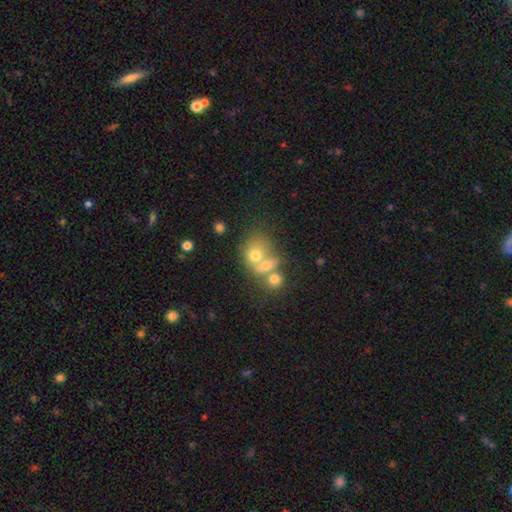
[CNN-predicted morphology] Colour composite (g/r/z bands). It shows a smooth galaxy with no disk features (66%) that is round (52%). Merging: merger (62%).